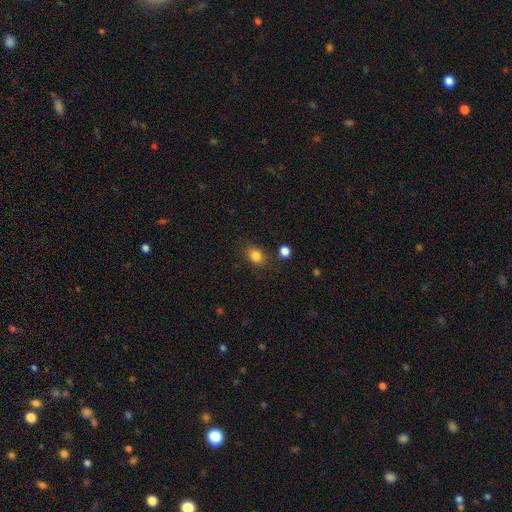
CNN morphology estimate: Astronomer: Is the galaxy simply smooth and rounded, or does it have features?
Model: smooth — 84%.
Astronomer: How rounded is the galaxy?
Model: in between — 62% (runner-up: round, 37%).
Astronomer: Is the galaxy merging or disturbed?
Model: none — 79%.